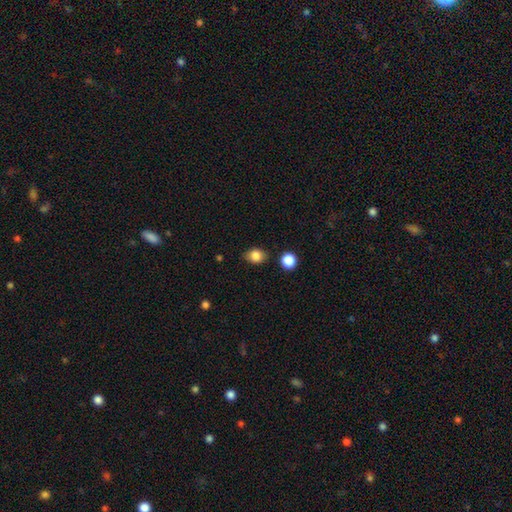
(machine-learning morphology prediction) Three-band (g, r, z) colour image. It shows a smooth galaxy with no disk features (85%) that is round (51%). Merging: none (78%).